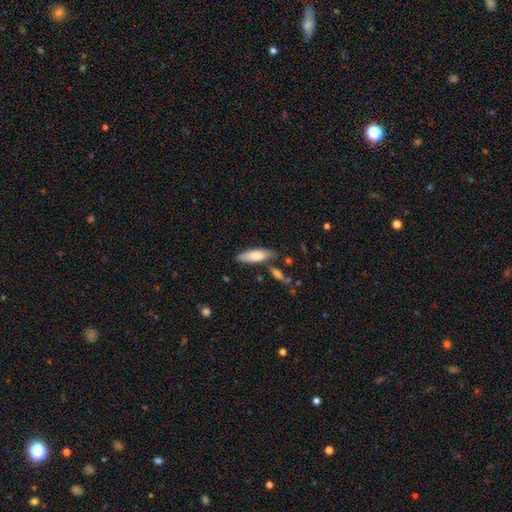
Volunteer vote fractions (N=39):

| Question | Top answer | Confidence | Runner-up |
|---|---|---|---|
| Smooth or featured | smooth | 69% | featured or disk (26%) |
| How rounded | in between | 56% | cigar-shaped (44%) |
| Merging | none | 68% | minor disturbance (14%) |